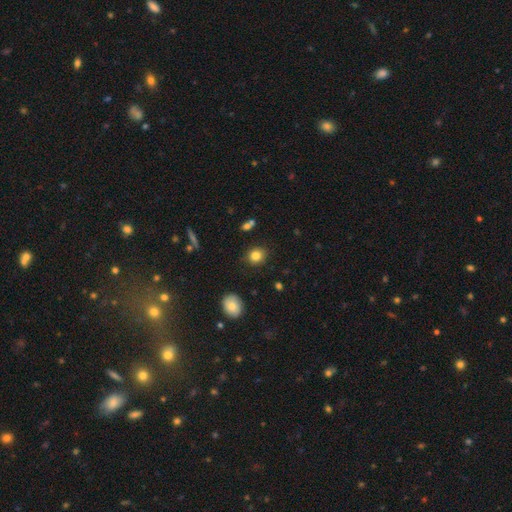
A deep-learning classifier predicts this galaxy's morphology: Overall: smooth (83%). How rounded: round (79%). Merging: none (87%).